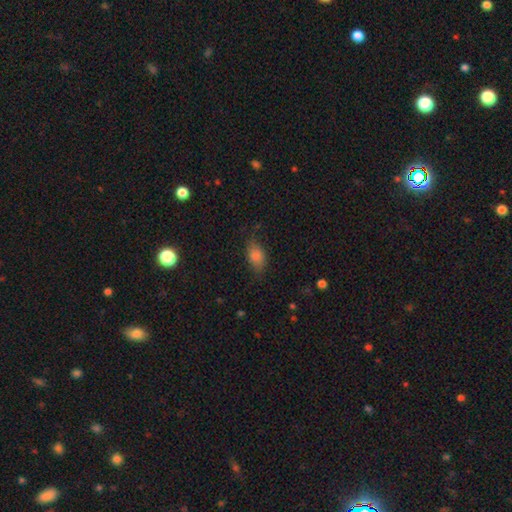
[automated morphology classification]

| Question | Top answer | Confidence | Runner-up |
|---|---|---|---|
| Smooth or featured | smooth | 74% | featured or disk (13%) |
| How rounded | in between | 84% | round (11%) |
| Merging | none | 70% | minor disturbance (22%) |